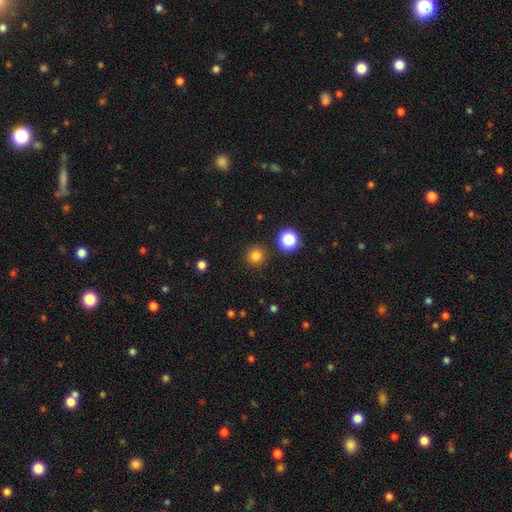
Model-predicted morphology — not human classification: Smooth or featured? smooth (81%)
How rounded? round (95%)
Merging? none (90%)